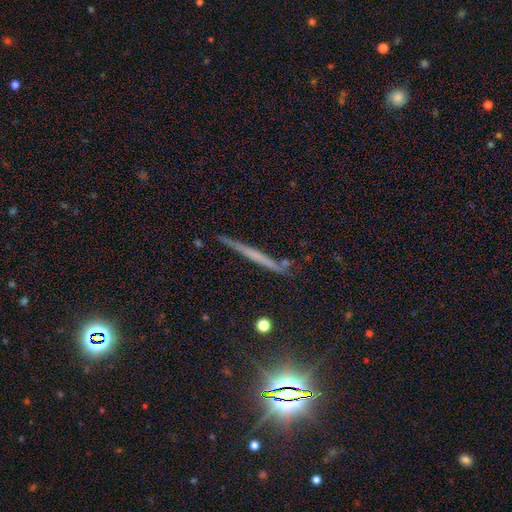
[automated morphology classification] Smooth or featured? Predicted: featured or disk (p=0.48). Merging? Predicted: none (p=0.81).